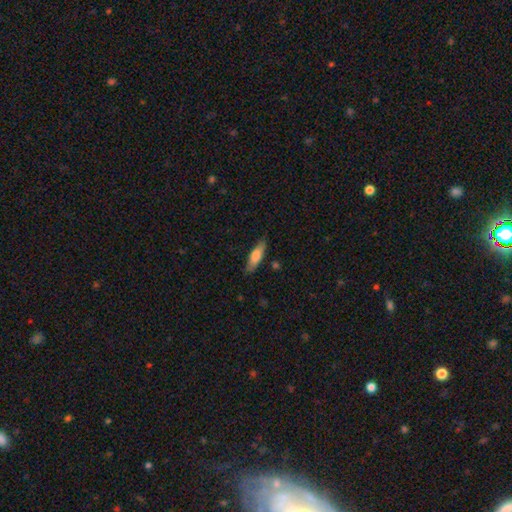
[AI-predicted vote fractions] Smooth or featured? Predicted: smooth (p=0.74). How rounded? Predicted: cigar-shaped (p=0.56). Merging? Predicted: none (p=0.84).